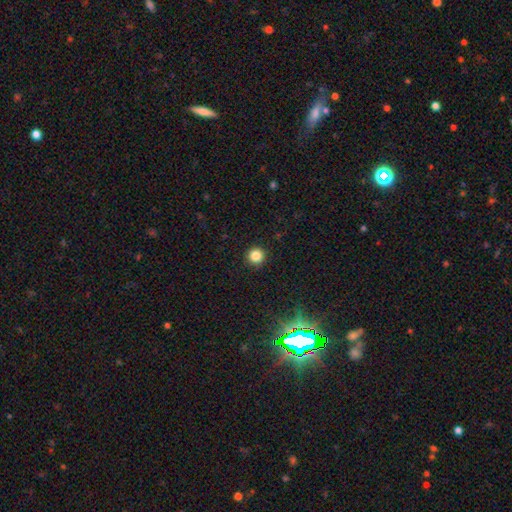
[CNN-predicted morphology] Smooth or featured?
  - smooth: 83% *
  - star or artifact: 13%
  - featured or disk: 4%
How rounded?
  - round: 96% *
  - in between: 3%
  - cigar-shaped: 1%
Merging?
  - none: 93% *
  - minor disturbance: 5%
  - major disturbance: 2%
  - merger: 1%